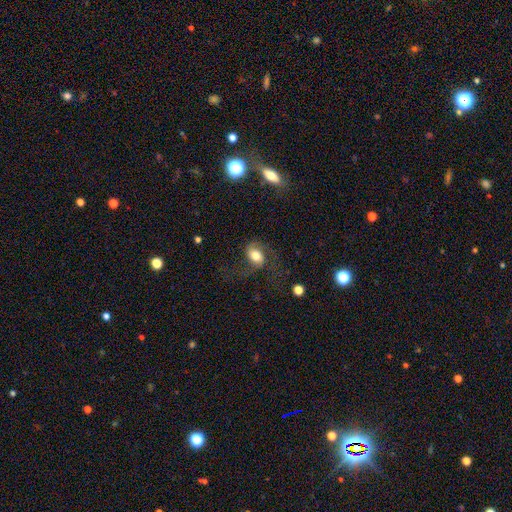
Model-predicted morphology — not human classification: smooth 46%, featured or disk 45%, star or artifact 9%. Down the decision tree: merging — none (46%).